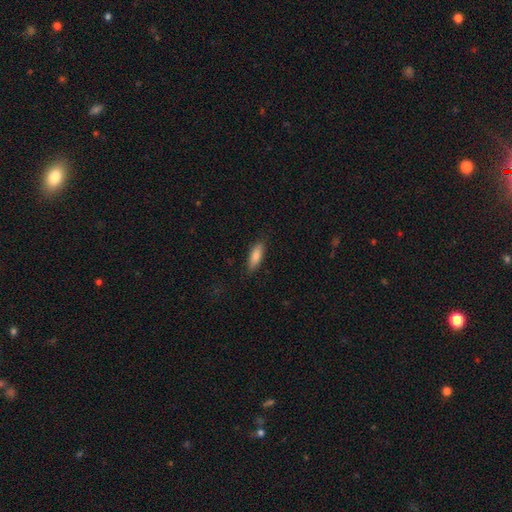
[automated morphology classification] Smooth or featured? smooth (82%)
How rounded? in between (60%)
Merging? none (85%)